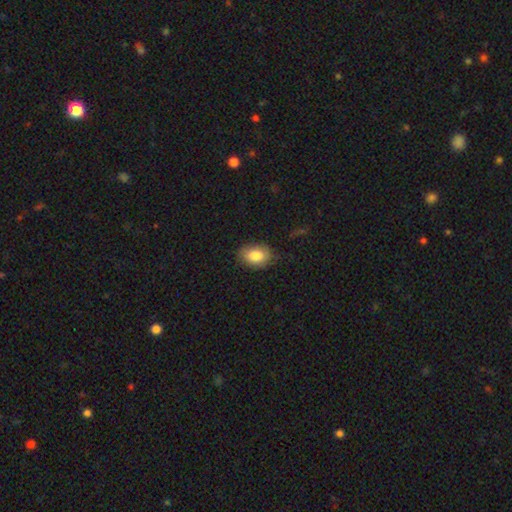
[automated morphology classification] type=smooth (82%); roundness=in between (81%); merging=none (78%).